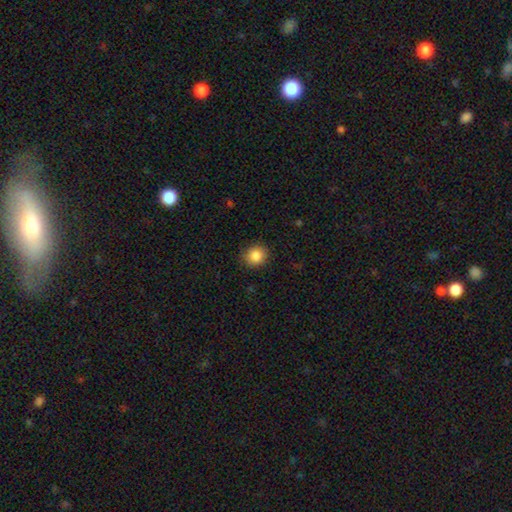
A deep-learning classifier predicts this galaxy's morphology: type=smooth (86%); roundness=round (87%); merging=none (87%).